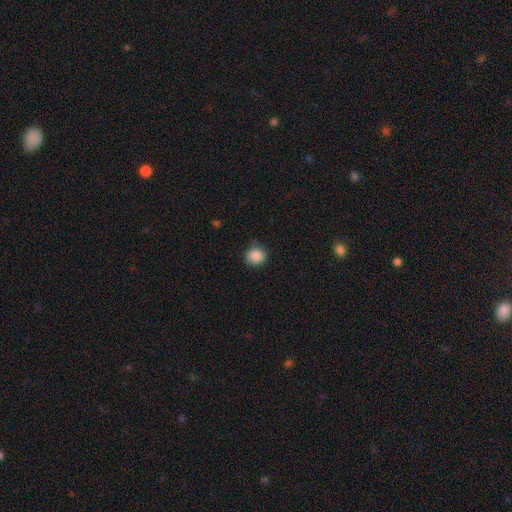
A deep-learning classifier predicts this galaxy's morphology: smooth_or_featured: smooth (p=0.88) [alt: star or artifact p=0.09]
how_rounded: round (p=0.86) [alt: in between p=0.14]
merging: none (p=0.85) [alt: minor disturbance p=0.12]